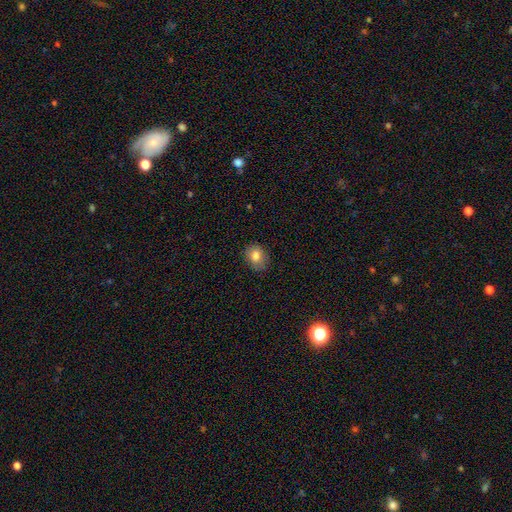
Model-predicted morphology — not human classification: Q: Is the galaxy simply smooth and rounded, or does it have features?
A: smooth — 81%.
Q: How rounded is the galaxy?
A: in between — 55%.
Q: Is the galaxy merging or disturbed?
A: none — 81%.